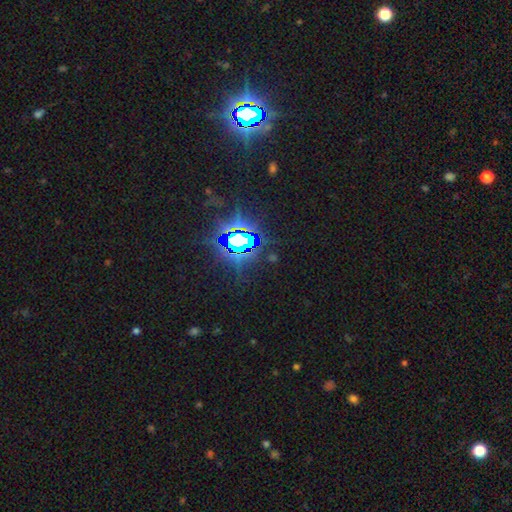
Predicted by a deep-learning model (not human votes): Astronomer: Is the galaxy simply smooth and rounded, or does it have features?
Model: star or artifact — 83%.